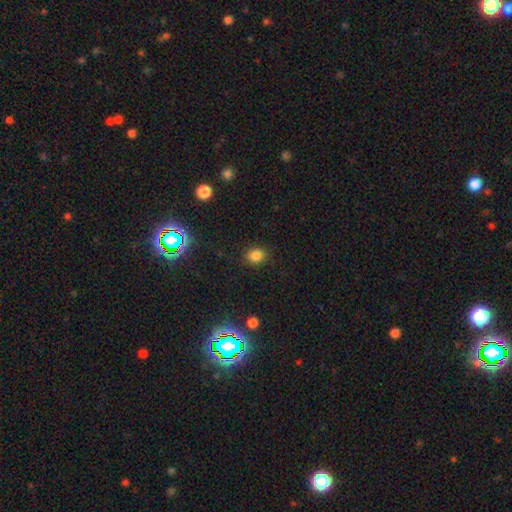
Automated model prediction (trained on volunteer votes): Smooth or featured? Predicted: smooth (p=0.82). How rounded? Predicted: round (p=0.57). Merging? Predicted: none (p=0.87).